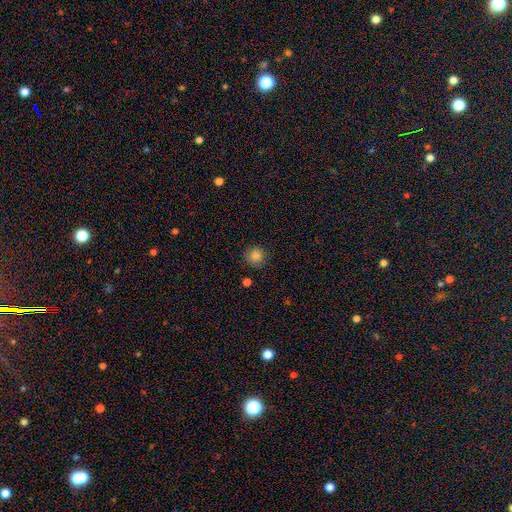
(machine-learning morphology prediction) smooth 83%, star or artifact 12%, featured or disk 5%. Down the decision tree: how rounded — round (93%); merging — none (88%).